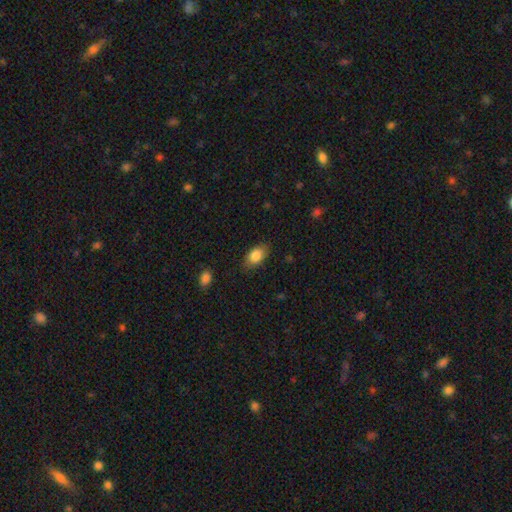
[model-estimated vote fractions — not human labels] A smooth galaxy with no disk features (84%) that is in between round and cigar-shaped (89%). Merging: none (83%).